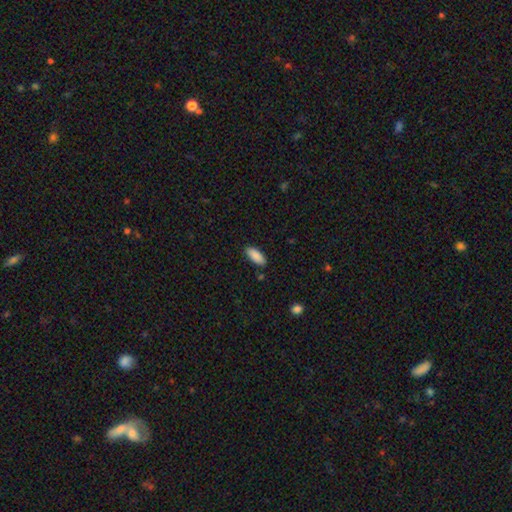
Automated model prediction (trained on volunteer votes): smooth_or_featured: smooth (p=0.89) [alt: star or artifact p=0.06]
how_rounded: in between (p=0.81) [alt: cigar-shaped p=0.17]
merging: none (p=0.87) [alt: minor disturbance p=0.10]